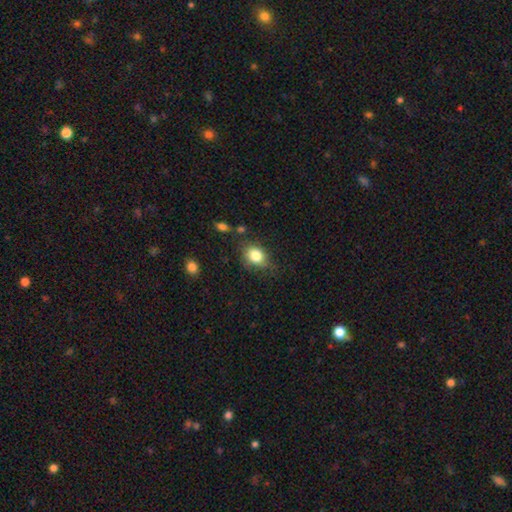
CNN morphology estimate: Smooth or featured?
  - smooth: 83% *
  - star or artifact: 9%
  - featured or disk: 8%
How rounded?
  - in between: 56% *
  - round: 43%
  - cigar-shaped: 1%
Merging?
  - none: 69% *
  - minor disturbance: 21%
  - major disturbance: 6%
  - merger: 3%